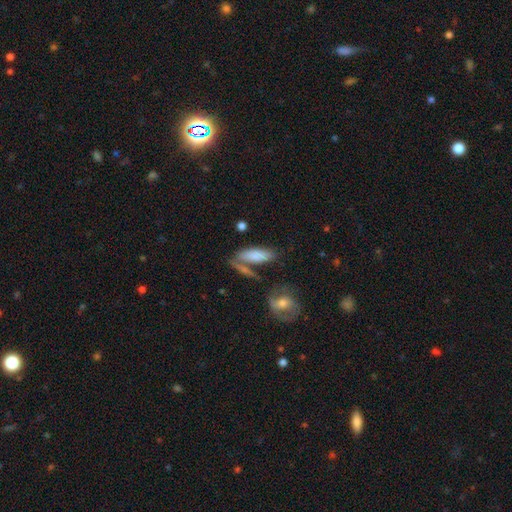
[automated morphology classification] Overall: smooth (76%). How rounded: in between (61%; cigar-shaped 36%). Merging: none (50%; merger 27%).